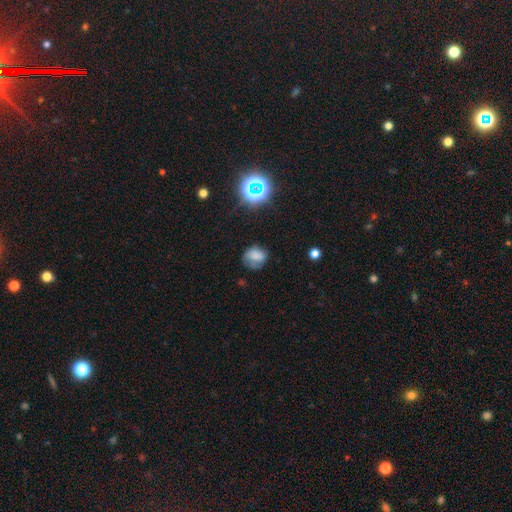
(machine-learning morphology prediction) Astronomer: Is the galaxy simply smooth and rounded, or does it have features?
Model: smooth — 63%.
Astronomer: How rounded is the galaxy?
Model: round — 57% (runner-up: in between, 42%).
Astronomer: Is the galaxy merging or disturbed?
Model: none — 52% (runner-up: minor disturbance, 29%).